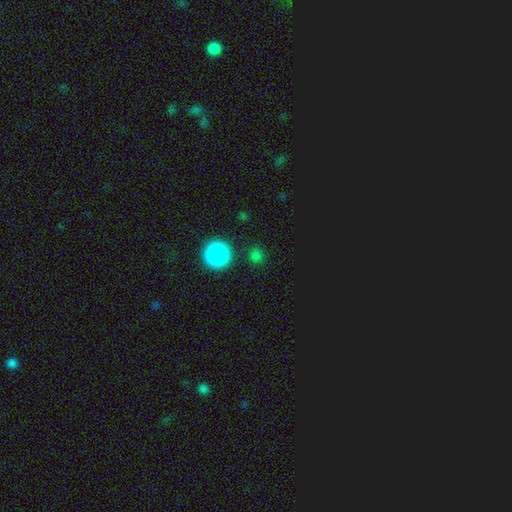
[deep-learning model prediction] A smooth galaxy with no disk features (64%) that is round (91%). Merging: none (86%).